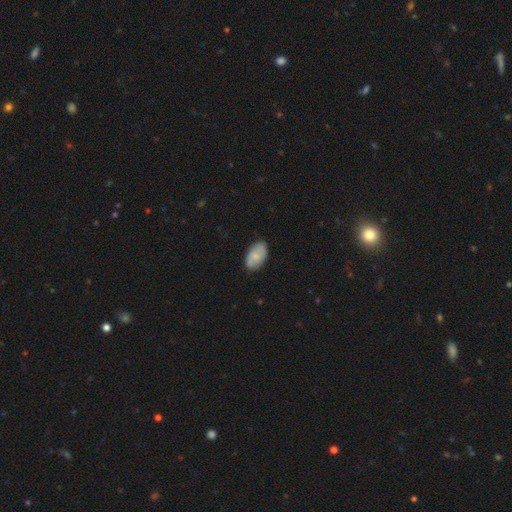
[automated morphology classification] smooth_or_featured: smooth (p=0.68) [alt: featured or disk p=0.26]
how_rounded: in between (p=0.93) [alt: round p=0.05]
merging: none (p=0.83) [alt: minor disturbance p=0.14]